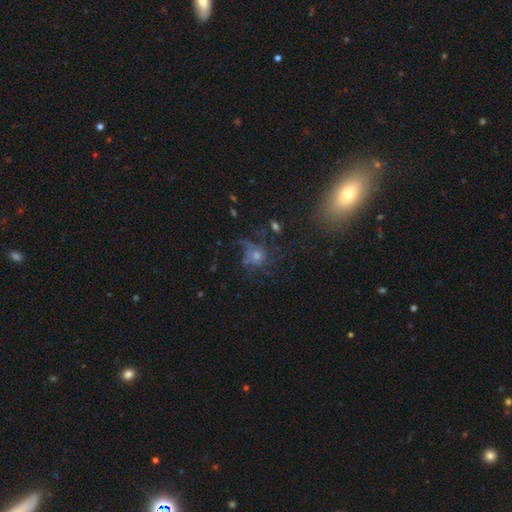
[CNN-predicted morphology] This appears to be a featured or disk galaxy (43%). Merging: none (45%).